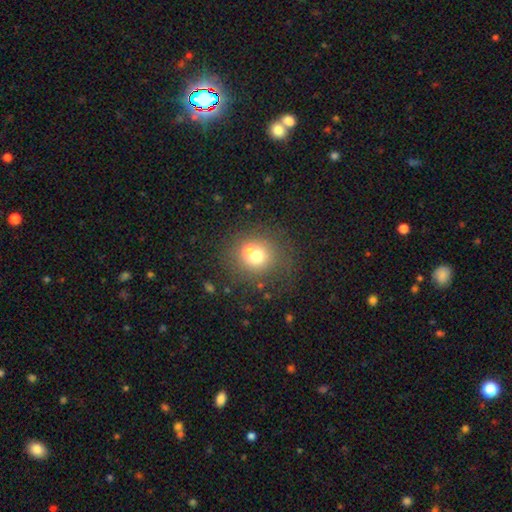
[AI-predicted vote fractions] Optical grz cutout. It shows a smooth galaxy with no disk features (63%) that is round (85%). Merging: none (46%).